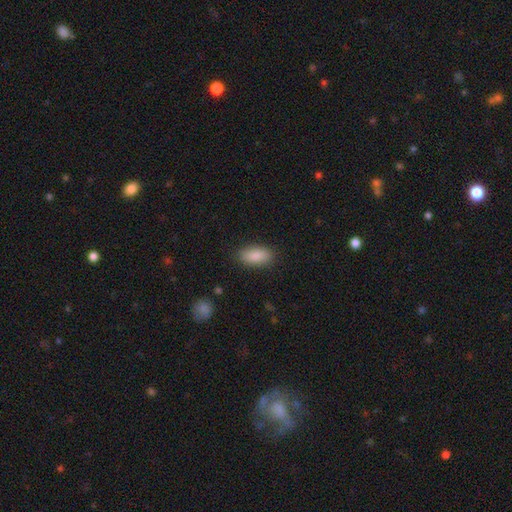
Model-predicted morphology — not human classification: A smooth galaxy with no disk features (87%) that is in between round and cigar-shaped (89%).

Vote fractions:
- Smooth or featured? smooth: 87% / star or artifact: 7% / featured or disk: 6%
- How rounded? in between: 89% / cigar-shaped: 8% / round: 3%
- Merging? none: 86% / minor disturbance: 10% / major disturbance: 3% / merger: 1%